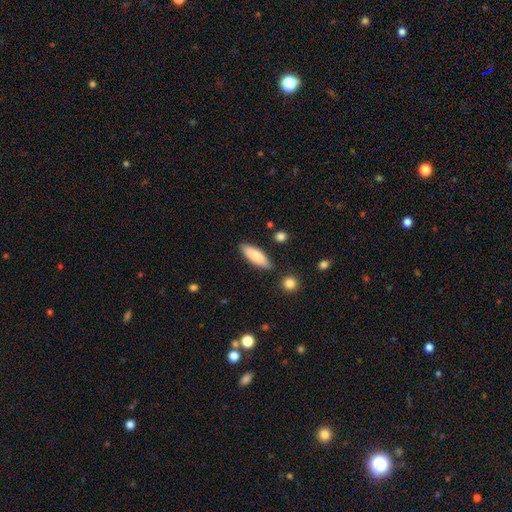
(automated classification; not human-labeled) This appears to be a smooth galaxy with no disk features (82%) that is in between round and cigar-shaped (53%). Merging: none (83%).